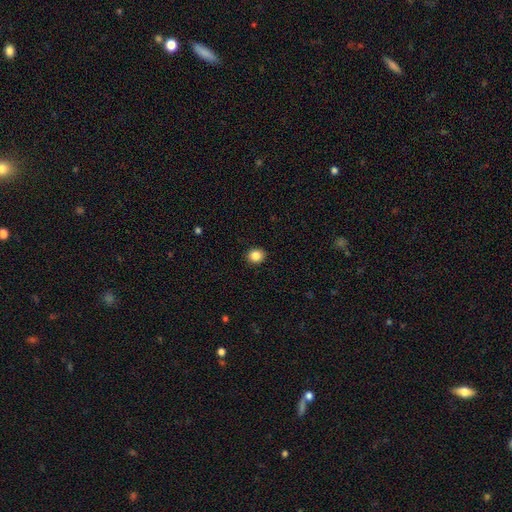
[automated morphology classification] Smooth or featured?
  - smooth: 86% *
  - star or artifact: 10%
  - featured or disk: 4%
How rounded?
  - round: 78% *
  - in between: 21%
  - cigar-shaped: 1%
Merging?
  - none: 91% *
  - minor disturbance: 6%
  - major disturbance: 2%
  - merger: 1%